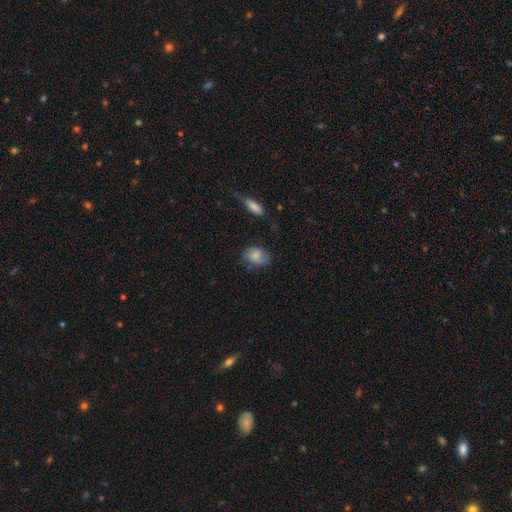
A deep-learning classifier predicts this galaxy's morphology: Smooth or featured? smooth (75%)
How rounded? in between (66%)
Merging? none (64%)